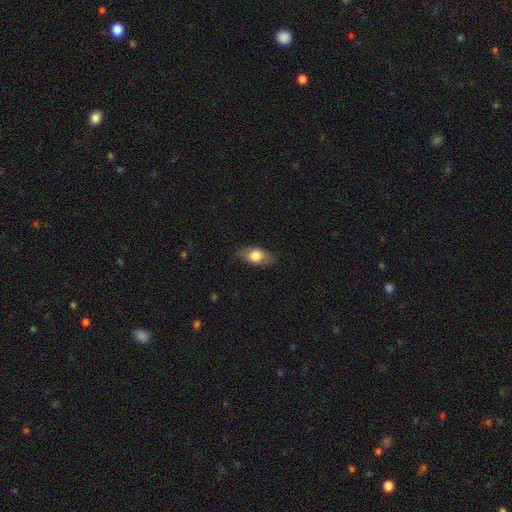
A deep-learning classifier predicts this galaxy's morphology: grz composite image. It shows a smooth galaxy with no disk features (73%) that is in between round and cigar-shaped (83%). Merging: none (81%).